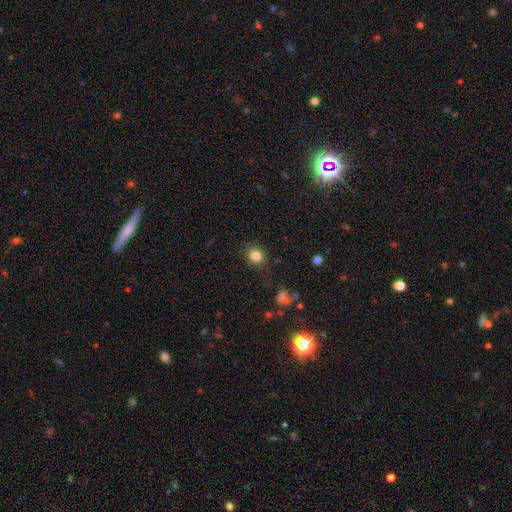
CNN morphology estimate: The model was most divided on "how rounded": round: 73%, in between: 26%, cigar-shaped: 1%. More confident: merging — none (84%); smooth or featured — smooth (82%).